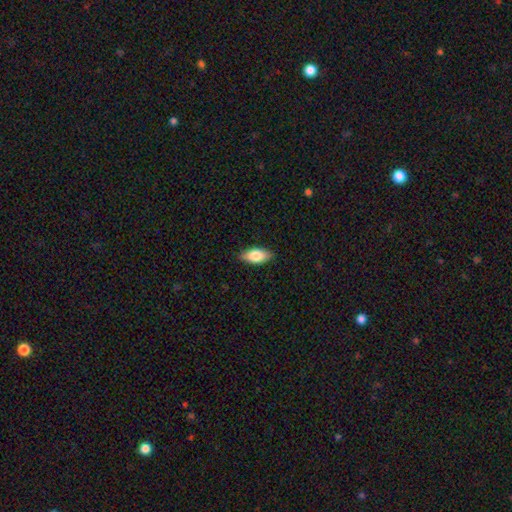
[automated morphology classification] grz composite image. It shows a smooth galaxy with no disk features (78%) that is in between round and cigar-shaped (88%). Merging: none (88%).